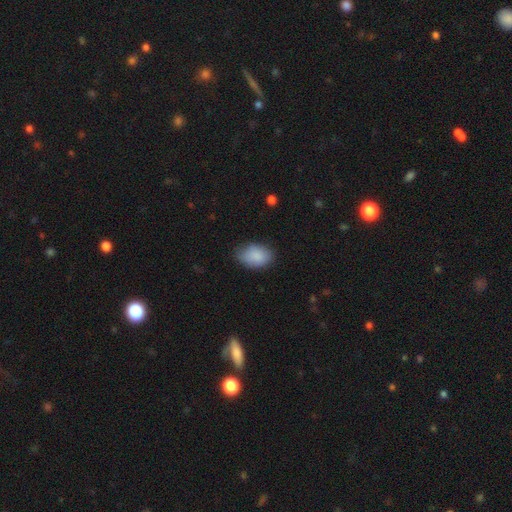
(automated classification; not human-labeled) This is clearly a smooth galaxy (88%). How rounded: clearly in between (86%). Merging: likely none (72%).